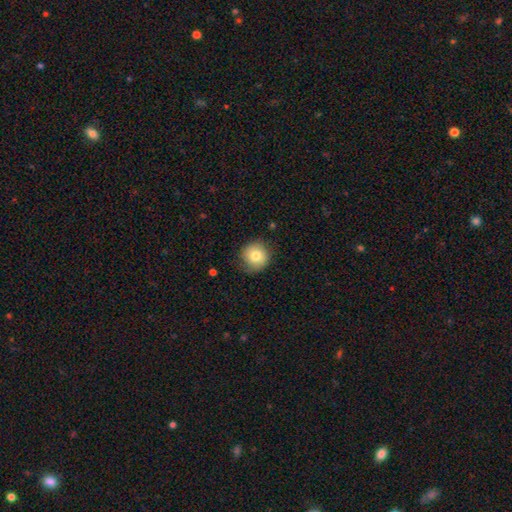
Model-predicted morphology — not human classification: Smooth or featured? smooth (79%)
How rounded? round (92%)
Merging? none (81%)